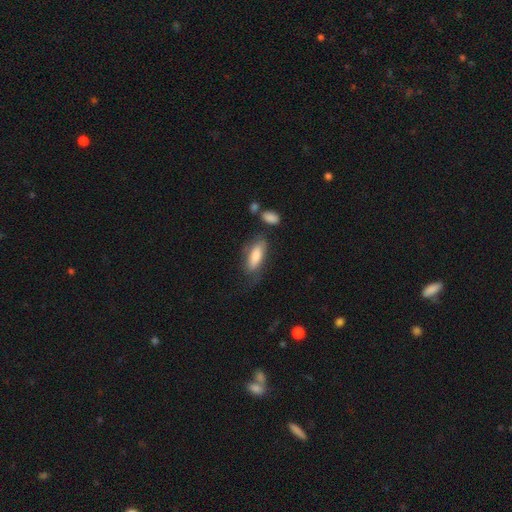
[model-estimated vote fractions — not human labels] Q: Smooth or featured?
A: smooth (70%); runner-up: featured or disk (23%)
Q: How rounded?
A: in between (69%); runner-up: cigar-shaped (29%)
Q: Merging?
A: none (54%); runner-up: minor disturbance (26%)